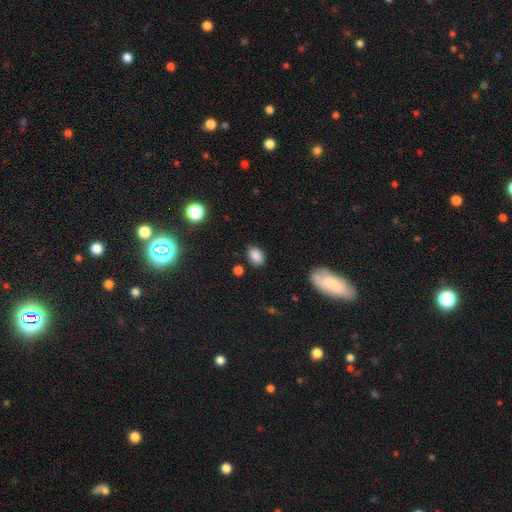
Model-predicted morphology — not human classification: The model was most divided on "merging": none: 81%, minor disturbance: 14%, major disturbance: 3%, merger: 2%. More confident: smooth or featured — smooth (85%); how rounded — in between (85%).